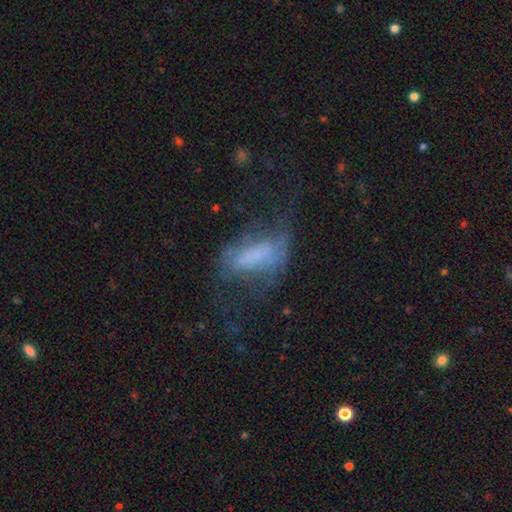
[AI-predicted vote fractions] Smooth or featured? Predicted: featured or disk (p=0.51). Edge-on disk? Predicted: no (p=0.89). Merging? Predicted: major disturbance (p=0.44).